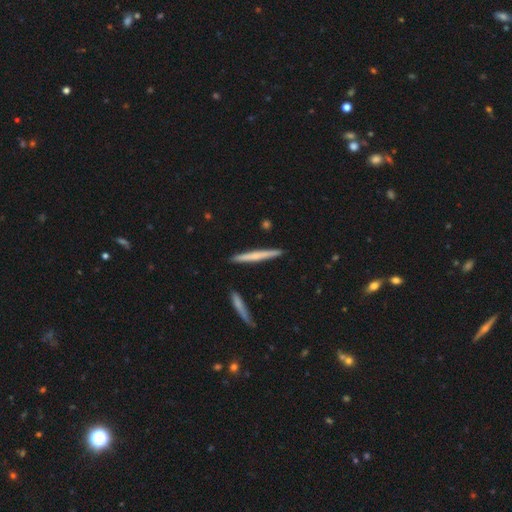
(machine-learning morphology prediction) Smooth or featured? Predicted: smooth (p=0.52). How rounded? Predicted: cigar-shaped (p=0.96). Merging? Predicted: none (p=0.90).